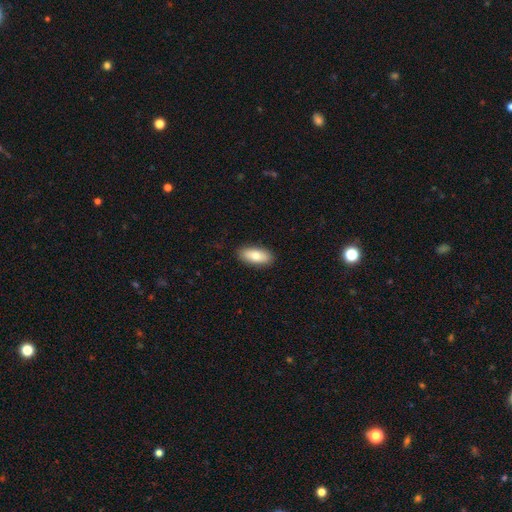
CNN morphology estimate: smooth-or-featured: smooth: 78% | featured or disk: 15% | star or artifact: 6%
  how-rounded: in between: 86% | cigar-shaped: 12% | round: 3%
  merging: none: 89% | minor disturbance: 9% | major disturbance: 2% | merger: 1%